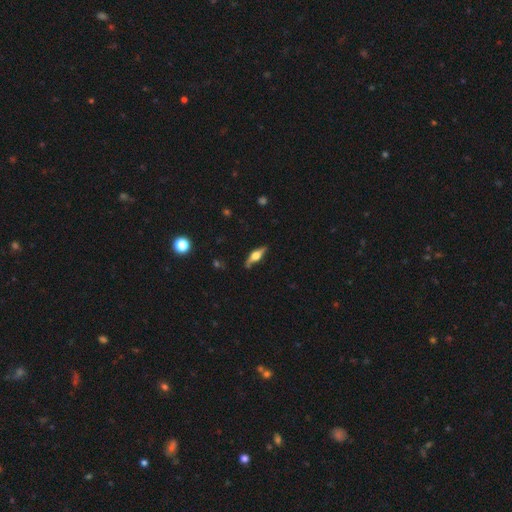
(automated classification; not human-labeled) Smooth or featured?
  - featured or disk: 65% *
  - smooth: 29%
  - star or artifact: 6%
Edge-on disk?
  - yes: 94% *
  - no: 6%
Edge-on bulge?
  - rounded: 92% *
  - boxy: 6%
  - none: 2%
Merging?
  - none: 83% *
  - minor disturbance: 13%
  - major disturbance: 3%
  - merger: 1%